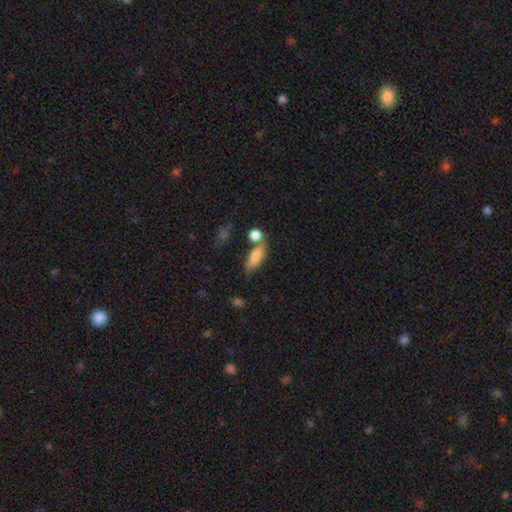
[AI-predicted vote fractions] Q: Smooth or featured?
A: smooth (80%); runner-up: featured or disk (12%)
Q: How rounded?
A: in between (66%); runner-up: cigar-shaped (30%)
Q: Merging?
A: none (57%); runner-up: merger (21%)